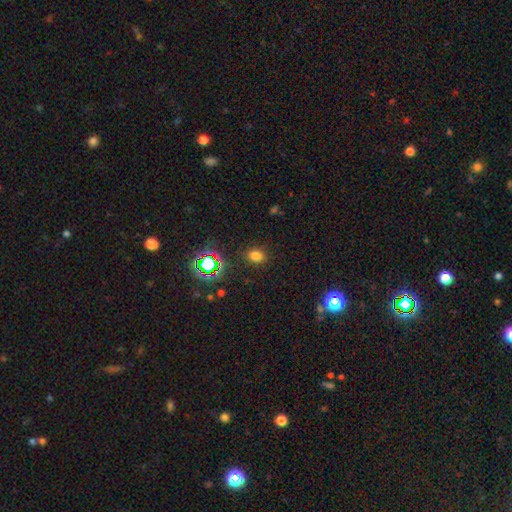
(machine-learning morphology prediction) A smooth galaxy with no disk features (71%) that is in between round and cigar-shaped (64%).

Vote fractions:
- Smooth or featured? smooth: 71% / star or artifact: 23% / featured or disk: 6%
- How rounded? in between: 64% / round: 34% / cigar-shaped: 1%
- Merging? none: 86% / minor disturbance: 9% / major disturbance: 3% / merger: 2%